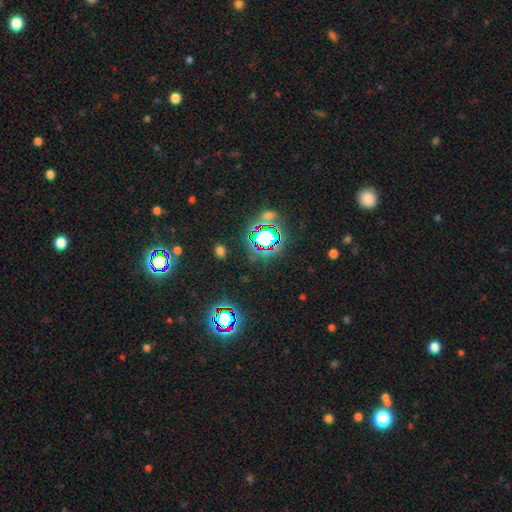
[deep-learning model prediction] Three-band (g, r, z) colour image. It shows a star or artifact, not a galaxy (80%).